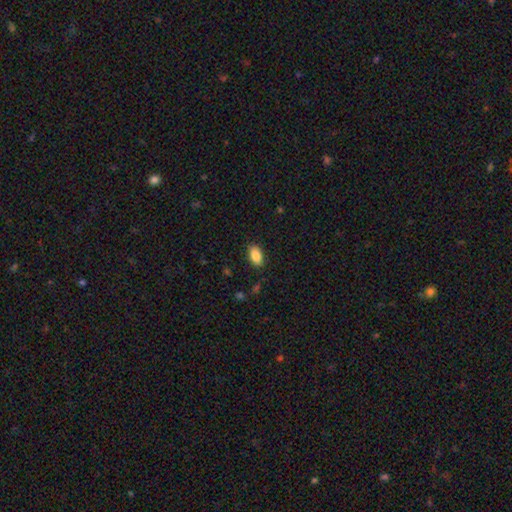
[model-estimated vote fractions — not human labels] Smooth or featured? Predicted: smooth (p=0.86). How rounded? Predicted: in between (p=0.92). Merging? Predicted: none (p=0.87).